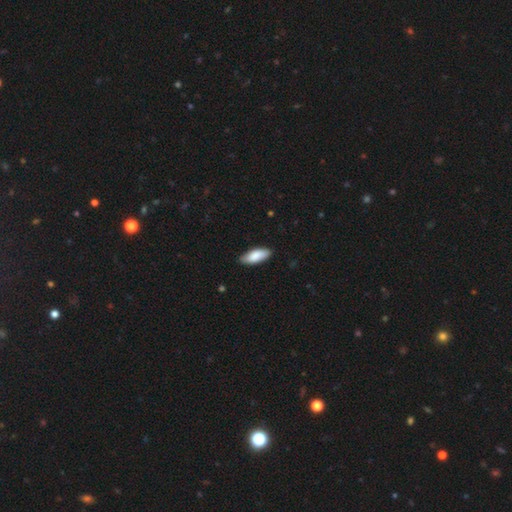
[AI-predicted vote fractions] Overall: smooth (85%). How rounded: in between (77%). Merging: none (84%).